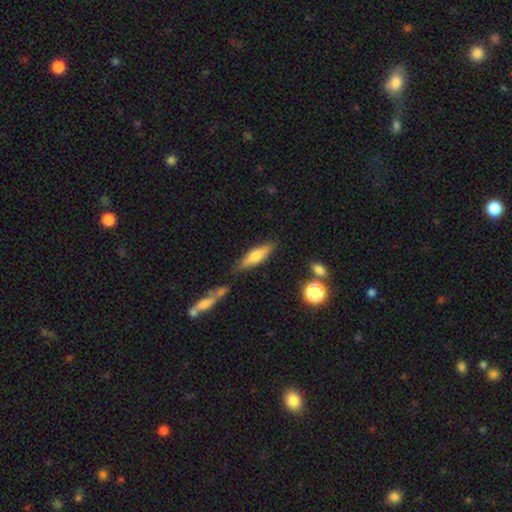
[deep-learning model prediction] Morphology: type=smooth (56%); roundness=cigar-shaped (62%); merging=none (75%).